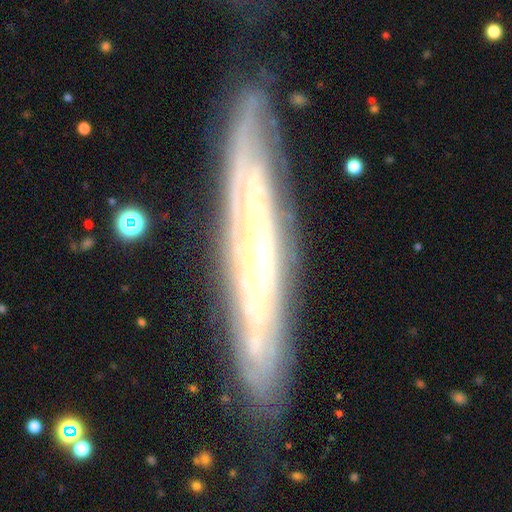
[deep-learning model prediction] Smooth or featured: featured or disk — 83% (smooth — 11%)
Edge-on disk: yes — 68% (no — 32%)
Edge-on bulge: none — 47% (rounded — 46%)
Merging: none — 81% (minor disturbance — 14%)